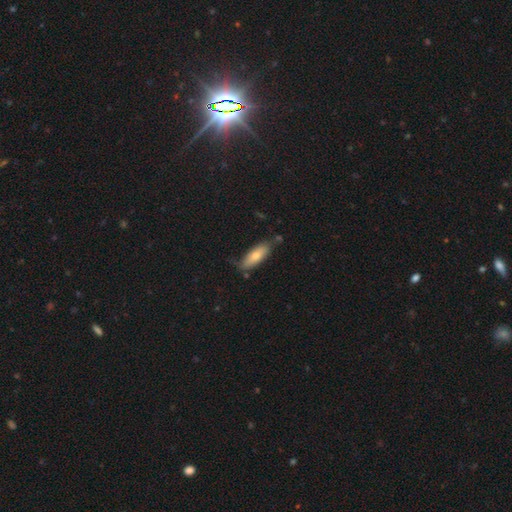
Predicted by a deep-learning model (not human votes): Smooth or featured? Predicted: smooth (p=0.73). How rounded? Predicted: in between (p=0.66). Merging? Predicted: none (p=0.68).